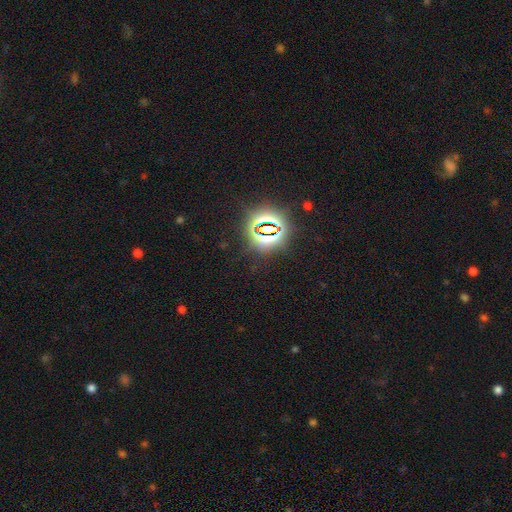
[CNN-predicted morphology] A star or artifact, not a galaxy (82%).